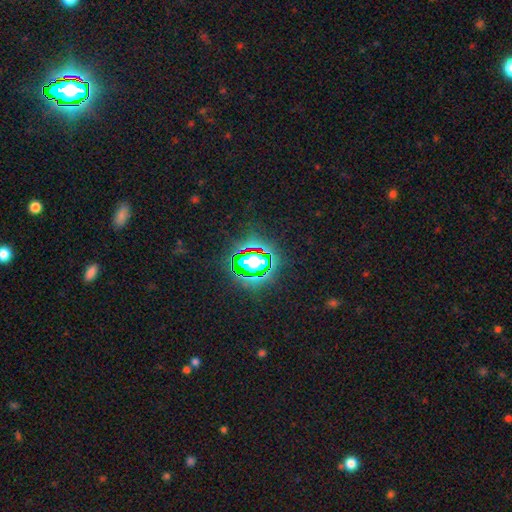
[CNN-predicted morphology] This appears to be a star or artifact, not a galaxy (79%).